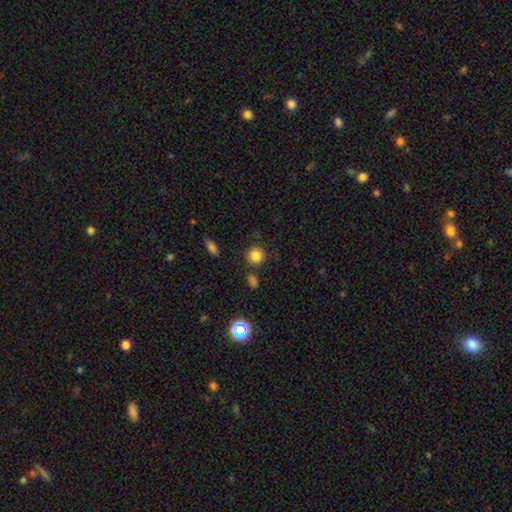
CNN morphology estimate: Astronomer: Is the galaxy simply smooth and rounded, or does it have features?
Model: smooth — 82%.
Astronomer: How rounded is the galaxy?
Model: round — 92%.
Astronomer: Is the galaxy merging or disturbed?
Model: none — 81%.